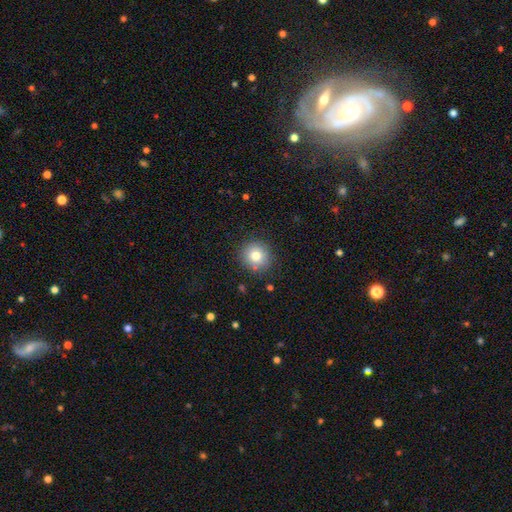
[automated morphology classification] The model was most divided on "smooth or featured": smooth: 78%, star or artifact: 11%, featured or disk: 11%. More confident: how rounded — round (91%); merging — none (87%).